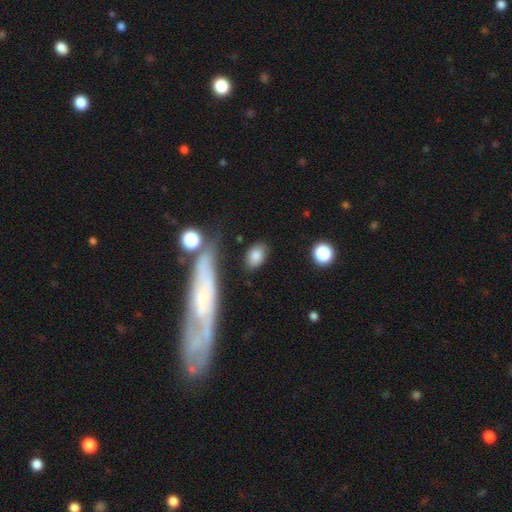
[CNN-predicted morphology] smooth_or_featured: smooth (p=0.82) [alt: featured or disk p=0.10]
how_rounded: in between (p=0.80) [alt: round p=0.17]
merging: none (p=0.77) [alt: minor disturbance p=0.13]